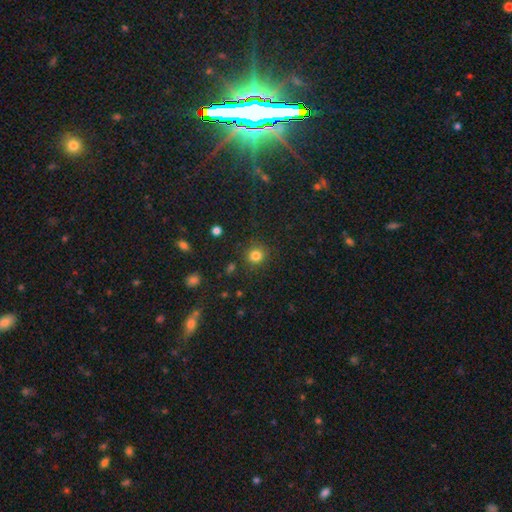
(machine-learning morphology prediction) Smooth or featured? smooth (81%)
How rounded? round (89%)
Merging? none (86%)